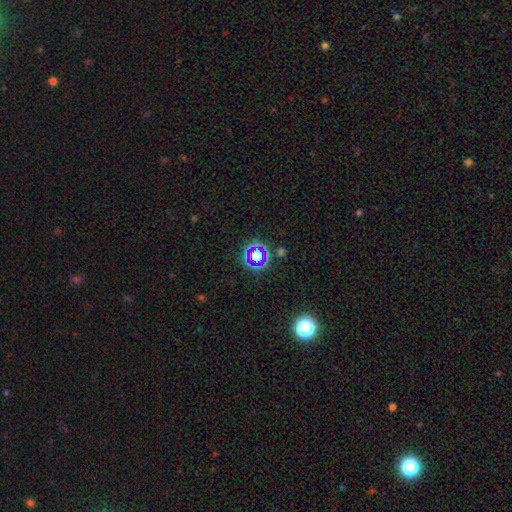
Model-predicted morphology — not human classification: smooth_or_featured: star or artifact (p=0.59) [alt: smooth p=0.29]